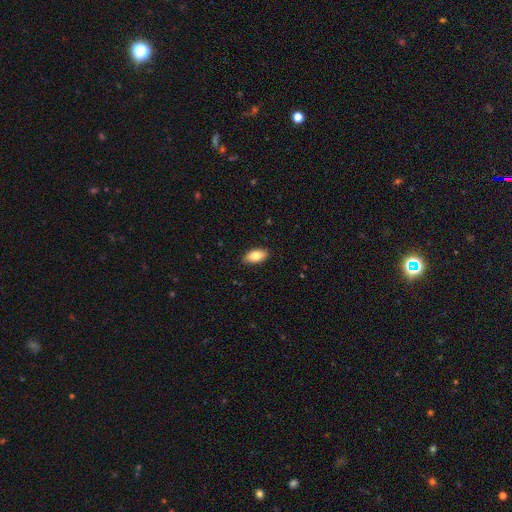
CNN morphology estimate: smooth 81%, featured or disk 13%, star or artifact 6%. Down the decision tree: how rounded — in between (92%); merging — none (88%).